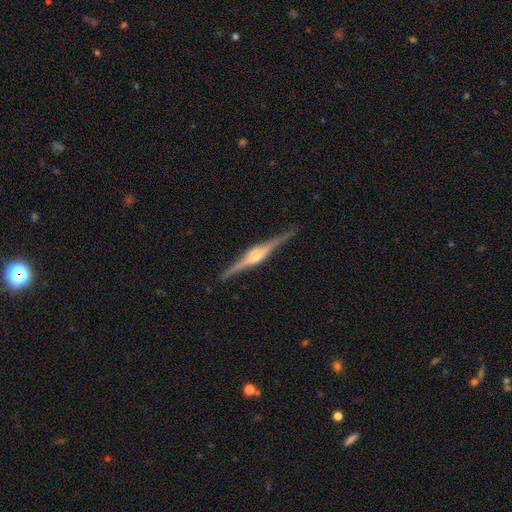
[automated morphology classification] This is clearly a featured or disk galaxy (87%). It is clearly viewed edge-on (98%). Edge-on bulge: clearly rounded (80%). Merging: clearly none (90%).